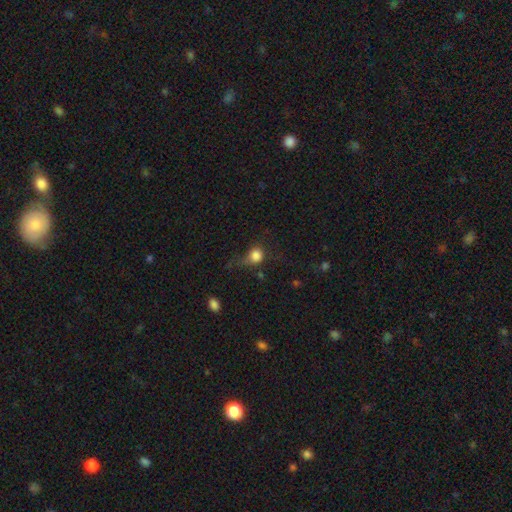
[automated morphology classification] Overall: smooth (81%). How rounded: round (79%). Merging: none (47%; minor disturbance 28%).